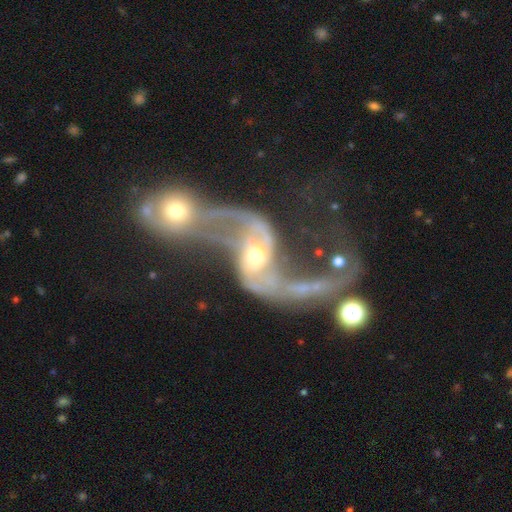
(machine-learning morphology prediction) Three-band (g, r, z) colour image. It shows a featured or disk galaxy (84%) with no bar (49%), 2 (88%) loose (77%) spiral arms (90%) and a moderate central bulge (53%). Merging: merger (66%).